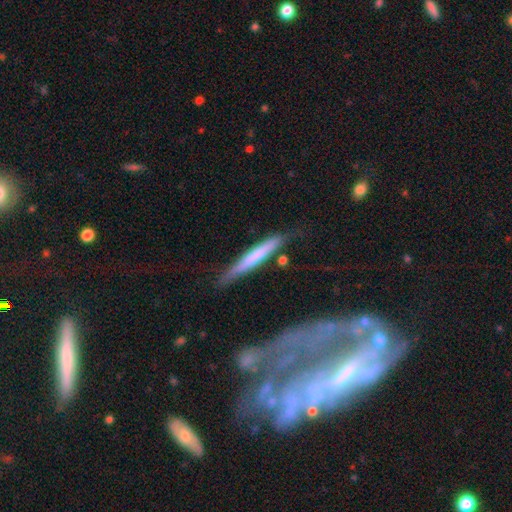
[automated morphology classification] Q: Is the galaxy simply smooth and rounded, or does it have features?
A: smooth — 58%.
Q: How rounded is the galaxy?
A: cigar-shaped — 95%.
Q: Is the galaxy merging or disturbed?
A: none — 71%.